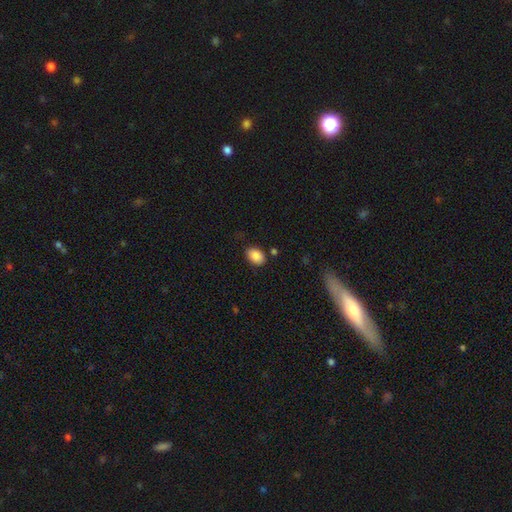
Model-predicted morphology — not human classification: This appears to be a smooth galaxy with no disk features (87%) that is in between round and cigar-shaped (83%). Merging: none (82%).